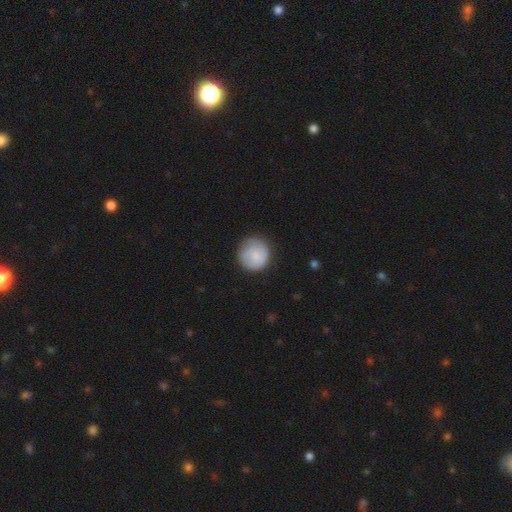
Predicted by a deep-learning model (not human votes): smooth_or_featured: smooth (p=0.74) [alt: featured or disk p=0.20]
how_rounded: round (p=0.92) [alt: in between p=0.07]
merging: none (p=0.72) [alt: minor disturbance p=0.20]